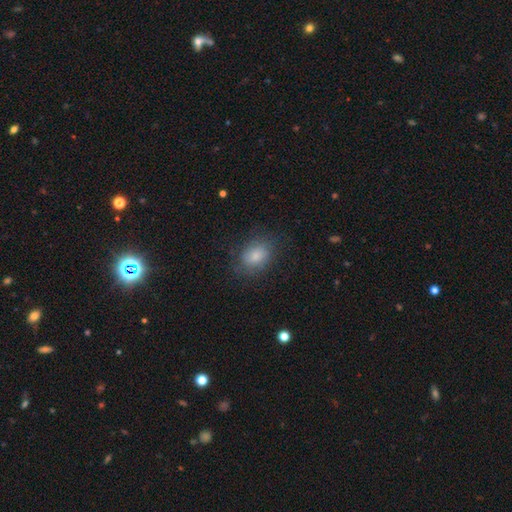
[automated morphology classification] A smooth galaxy with no disk features (77%) that is in between round and cigar-shaped (66%). Merging: none (72%).